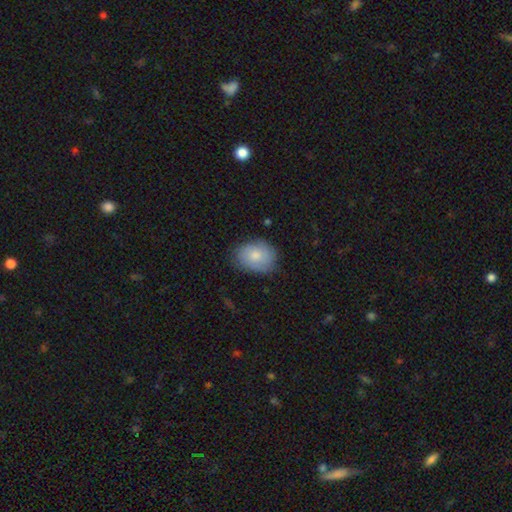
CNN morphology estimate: Smooth or featured: smooth — 79% (featured or disk — 14%)
How rounded: in between — 66% (round — 33%)
Merging: none — 73% (minor disturbance — 21%)